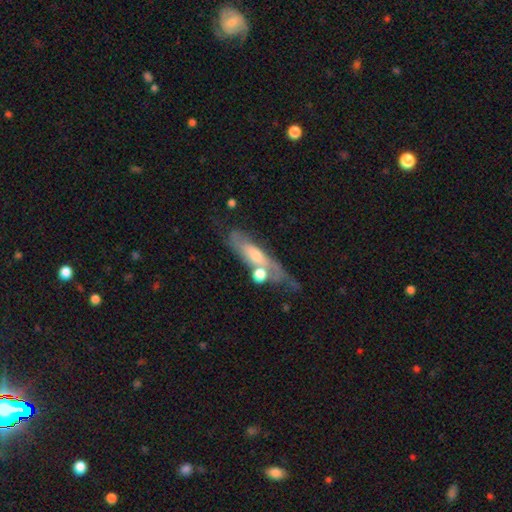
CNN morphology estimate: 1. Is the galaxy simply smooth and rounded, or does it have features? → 59% featured or disk, 33% smooth, 8% star or artifact.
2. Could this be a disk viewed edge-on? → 60% no, 40% yes.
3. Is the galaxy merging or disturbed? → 44% none, 23% minor disturbance, 19% merger, 14% major disturbance.